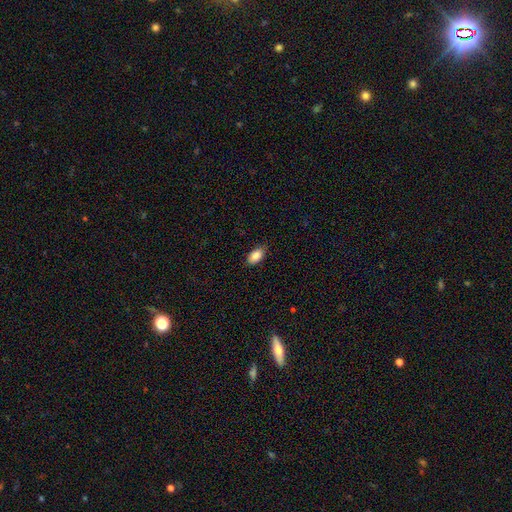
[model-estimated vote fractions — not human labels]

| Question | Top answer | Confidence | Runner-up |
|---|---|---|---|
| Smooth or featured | smooth | 88% | star or artifact (7%) |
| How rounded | in between | 93% | round (4%) |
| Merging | none | 85% | minor disturbance (11%) |